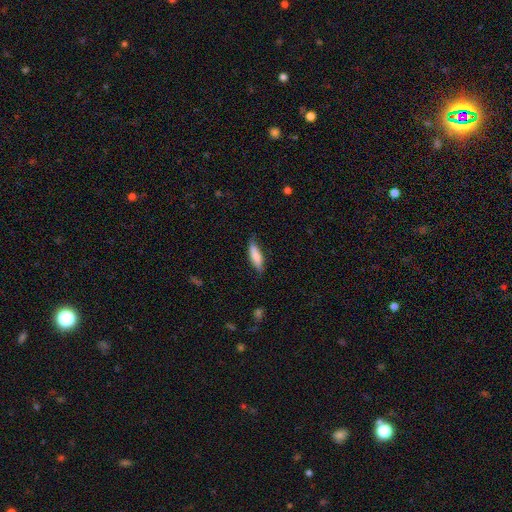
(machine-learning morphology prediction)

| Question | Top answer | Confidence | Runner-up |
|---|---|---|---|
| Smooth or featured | smooth | 82% | featured or disk (12%) |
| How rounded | cigar-shaped | 55% | in between (43%) |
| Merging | none | 74% | minor disturbance (21%) |